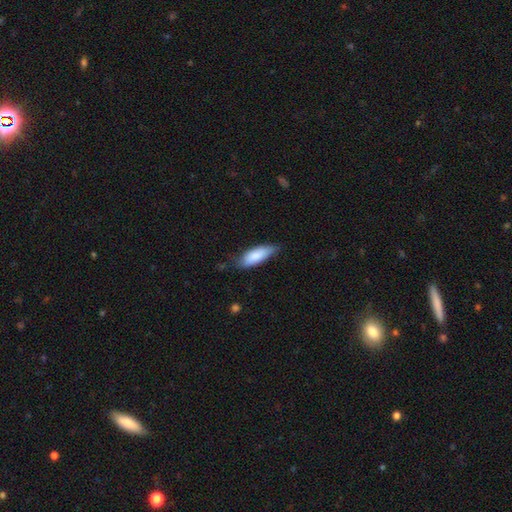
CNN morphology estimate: A smooth galaxy with no disk features (83%) that is in between round and cigar-shaped (72%). Merging: none (63%).